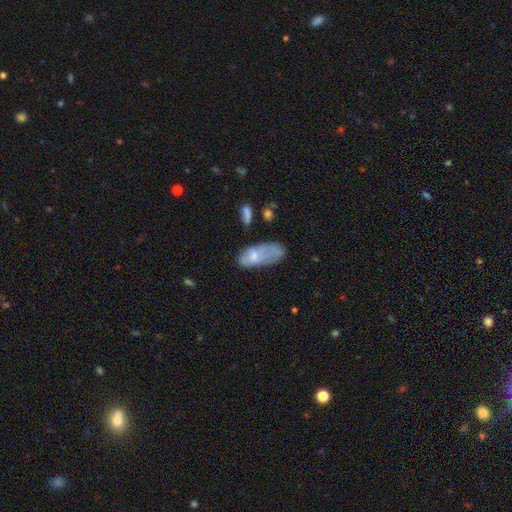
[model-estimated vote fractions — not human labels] The model was most divided on "merging" (2-way tie): minor disturbance: 34%, none: 34%, major disturbance: 24%, merger: 8%. More confident: how rounded — in between (86%); smooth or featured — smooth (63%).